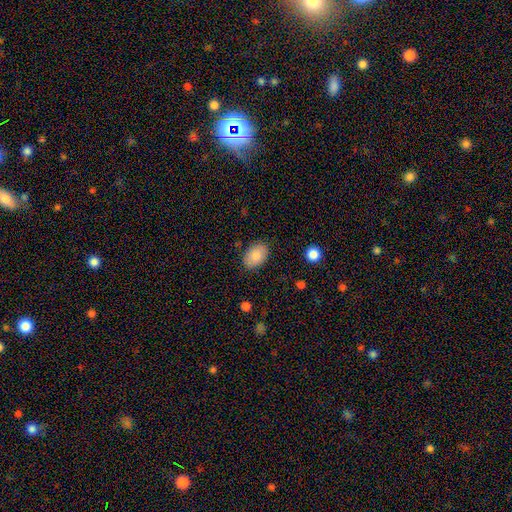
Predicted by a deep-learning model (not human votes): A smooth galaxy with no disk features (84%) that is in between round and cigar-shaped (87%).

Vote fractions:
- Smooth or featured? smooth: 84% / featured or disk: 10% / star or artifact: 6%
- How rounded? in between: 87% / round: 12% / cigar-shaped: 1%
- Merging? none: 84% / minor disturbance: 12% / major disturbance: 3% / merger: 1%